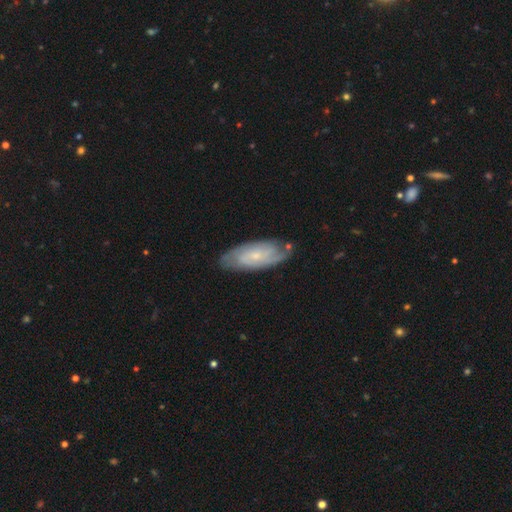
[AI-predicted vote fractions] This appears to be a featured or disk galaxy (67%) with no bar (63%), tight (58%) spiral arms (89%) and a small central bulge (71%). Merging: none (76%).